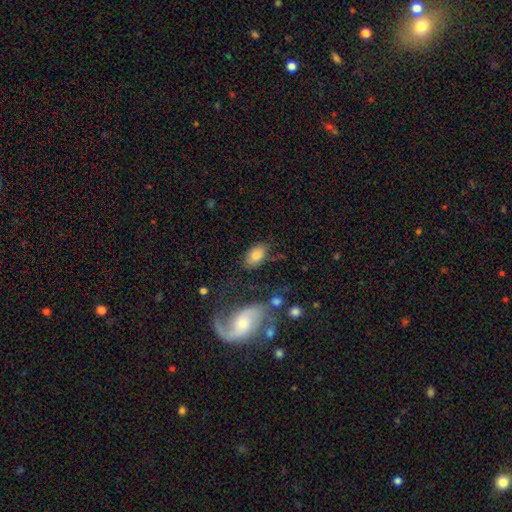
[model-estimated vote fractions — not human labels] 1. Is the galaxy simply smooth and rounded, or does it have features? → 77% smooth, 14% featured or disk, 8% star or artifact.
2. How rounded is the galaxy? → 91% in between, 7% round, 2% cigar-shaped.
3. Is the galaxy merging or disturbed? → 74% none, 15% minor disturbance, 6% major disturbance, 6% merger.